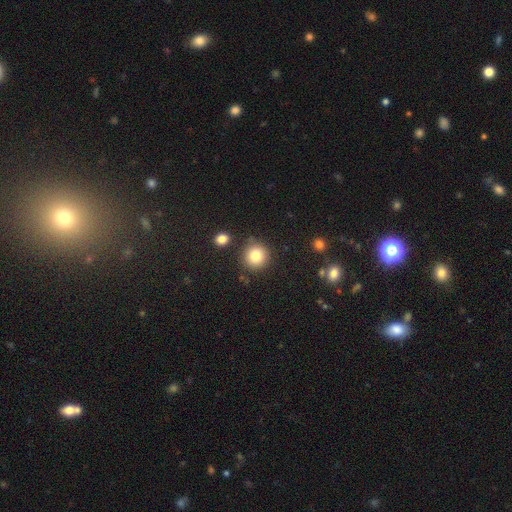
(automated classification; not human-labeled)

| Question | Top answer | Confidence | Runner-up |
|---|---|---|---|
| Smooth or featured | smooth | 82% | star or artifact (11%) |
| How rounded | round | 93% | in between (6%) |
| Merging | none | 84% | minor disturbance (8%) |